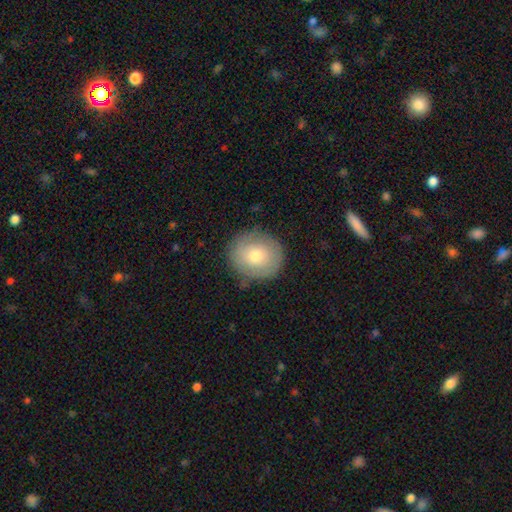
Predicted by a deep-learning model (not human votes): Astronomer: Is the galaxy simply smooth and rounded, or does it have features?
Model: smooth — 63%.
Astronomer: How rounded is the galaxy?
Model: round — 84%.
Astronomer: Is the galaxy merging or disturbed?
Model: none — 83%.